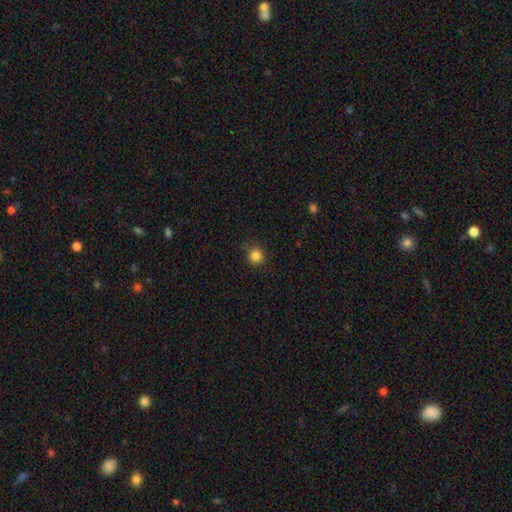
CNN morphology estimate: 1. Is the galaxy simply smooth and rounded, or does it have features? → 84% smooth, 12% star or artifact, 4% featured or disk.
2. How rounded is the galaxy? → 93% round, 6% in between, 1% cigar-shaped.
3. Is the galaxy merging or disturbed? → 83% none, 13% minor disturbance, 3% major disturbance, 1% merger.